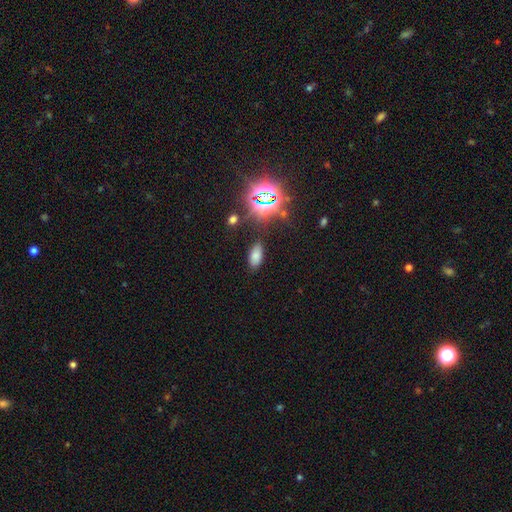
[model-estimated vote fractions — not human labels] Overall: smooth (68%). How rounded: in between (91%). Merging: none (85%).